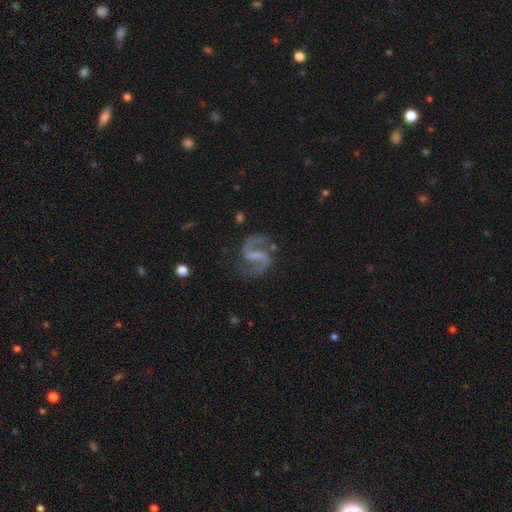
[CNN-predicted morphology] featured or disk 91%, star or artifact 5%, smooth 4%. Down the decision tree: edge-on disk — no (98%); bar — weak (43%); spiral arms — yes (98%); spiral arm count — 2 (94%); spiral winding — medium (60%); bulge size — none (59%); merging — none (79%).